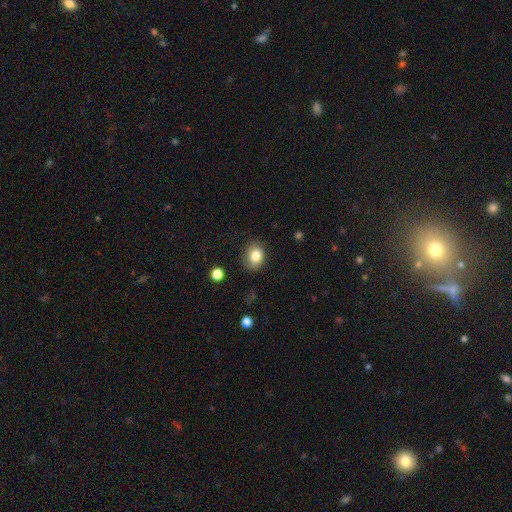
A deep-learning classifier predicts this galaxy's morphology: This is clearly a smooth galaxy (83%). How rounded: possibly in between (50%). Merging: clearly none (83%).